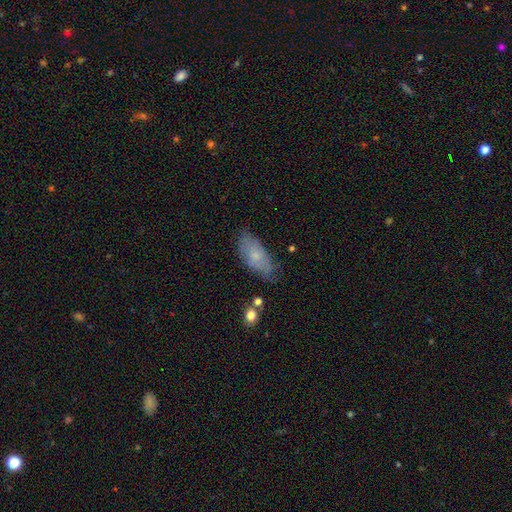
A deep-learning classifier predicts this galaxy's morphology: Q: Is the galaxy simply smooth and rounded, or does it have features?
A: smooth — 61%.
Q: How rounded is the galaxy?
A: in between — 87%.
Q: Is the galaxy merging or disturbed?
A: none — 63%.